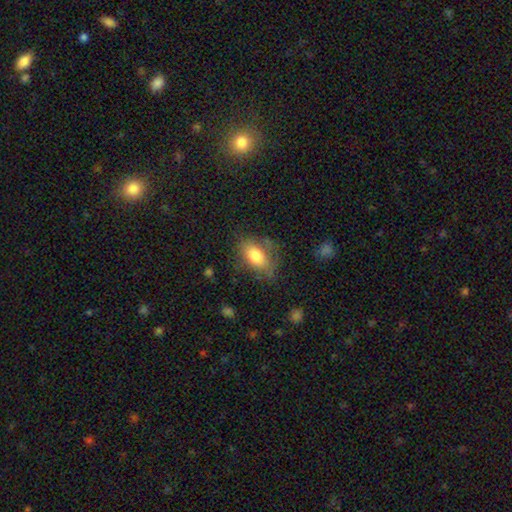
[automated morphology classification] A smooth galaxy with no disk features (77%) that is in between round and cigar-shaped (87%). Merging: none (64%).